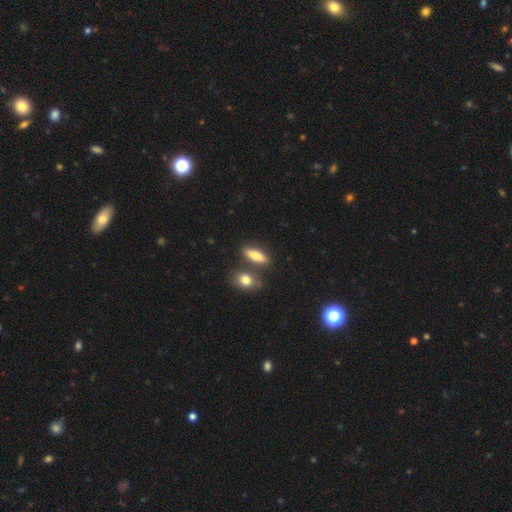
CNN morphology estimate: The model was most divided on "how rounded": in between: 60%, cigar-shaped: 35%, round: 5%. More confident: smooth or featured — smooth (77%); merging — none (67%).